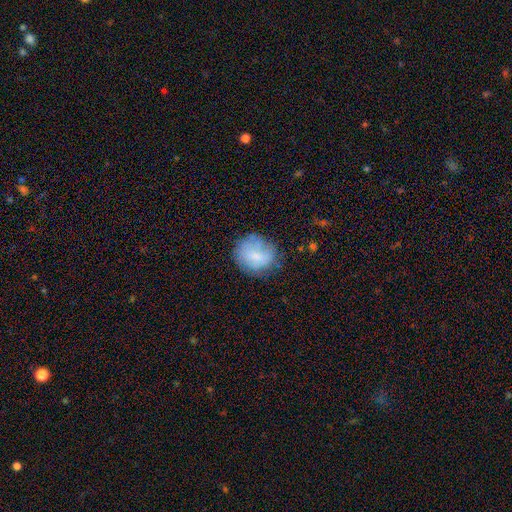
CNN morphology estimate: Smooth or featured: smooth — 68% (featured or disk — 23%)
How rounded: round — 72% (in between — 27%)
Merging: none — 66% (minor disturbance — 23%)